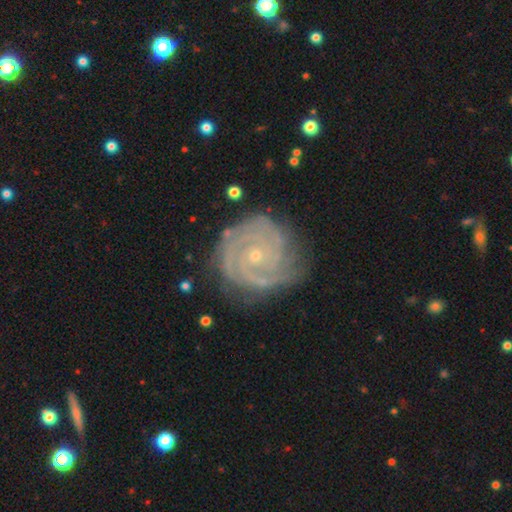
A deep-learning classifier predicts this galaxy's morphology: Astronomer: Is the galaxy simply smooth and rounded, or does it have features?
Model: featured or disk — 90%.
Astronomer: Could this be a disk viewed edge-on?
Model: no — 98%.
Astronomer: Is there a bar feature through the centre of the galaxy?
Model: no — 78%.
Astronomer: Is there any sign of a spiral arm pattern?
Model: yes — 98%.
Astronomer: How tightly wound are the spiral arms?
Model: tight — 81%.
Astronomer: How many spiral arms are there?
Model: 3 — 30% (runner-up: 2, 27%).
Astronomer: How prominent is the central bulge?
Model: small — 77%.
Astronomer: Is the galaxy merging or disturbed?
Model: none — 75%.